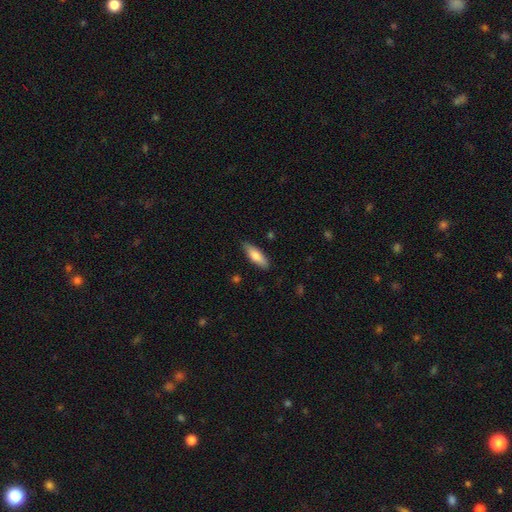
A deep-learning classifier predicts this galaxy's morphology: smooth_or_featured: smooth (p=0.76) [alt: featured or disk p=0.18]
how_rounded: in between (p=0.53) [alt: cigar-shaped p=0.45]
merging: none (p=0.83) [alt: minor disturbance p=0.14]